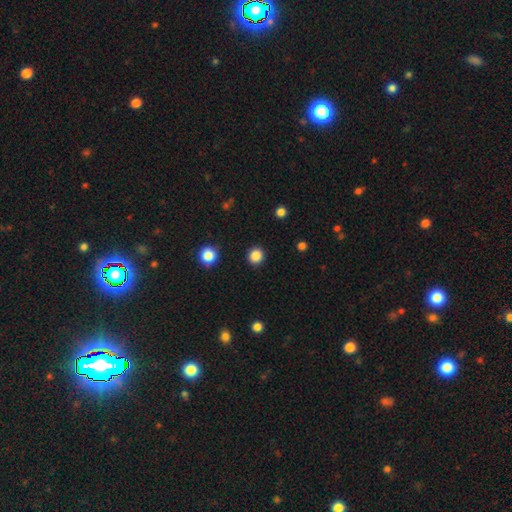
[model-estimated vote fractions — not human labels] This is clearly a smooth galaxy (86%). How rounded: clearly round (92%). Merging: clearly none (91%).